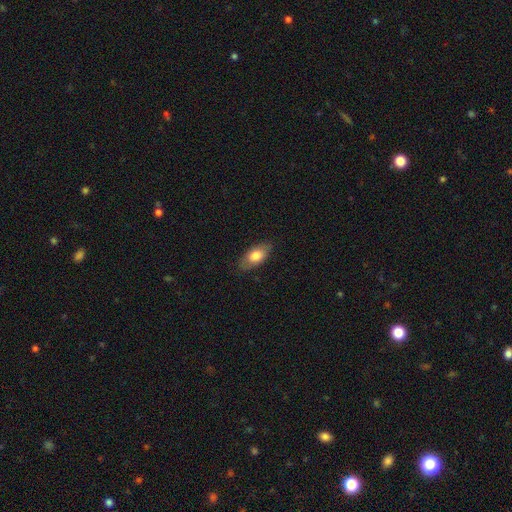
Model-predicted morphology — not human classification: The model was most divided on "smooth or featured": smooth: 76%, featured or disk: 17%, star or artifact: 6%. More confident: how rounded — in between (89%); merging — none (83%).